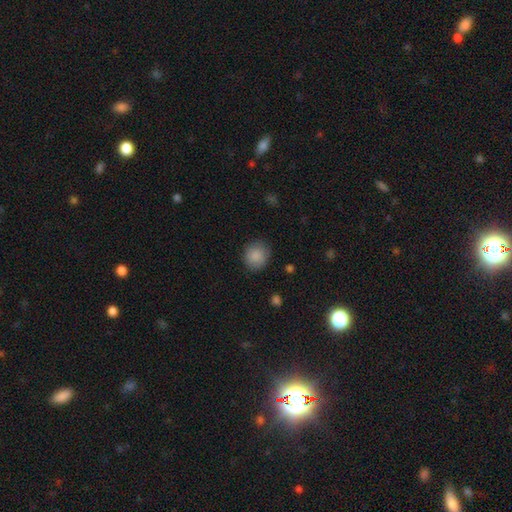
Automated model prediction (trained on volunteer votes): Smooth or featured? Predicted: smooth (p=0.88). How rounded? Predicted: round (p=0.84). Merging? Predicted: none (p=0.85).